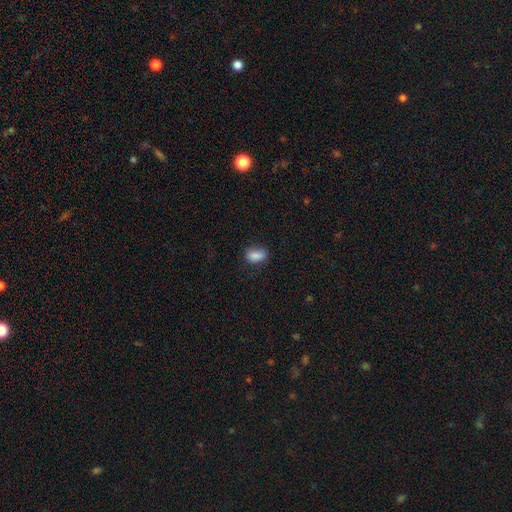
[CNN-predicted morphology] A smooth galaxy with no disk features (85%) that is in between round and cigar-shaped (87%). Merging: none (73%).